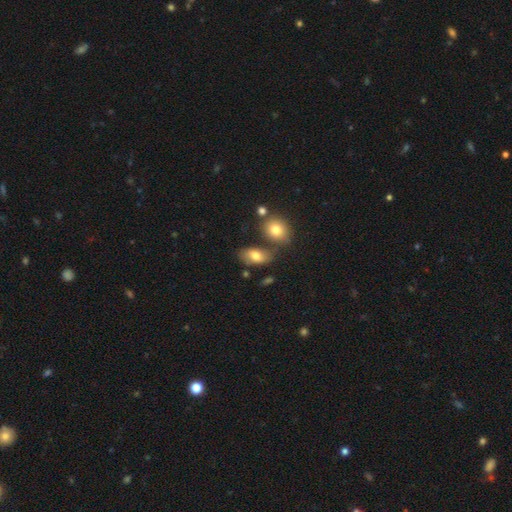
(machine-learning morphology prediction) Smooth or featured?
  - smooth: 73% *
  - featured or disk: 17%
  - star or artifact: 10%
How rounded?
  - in between: 89% *
  - round: 8%
  - cigar-shaped: 3%
Merging?
  - none: 57% *
  - merger: 19%
  - minor disturbance: 18%
  - major disturbance: 6%